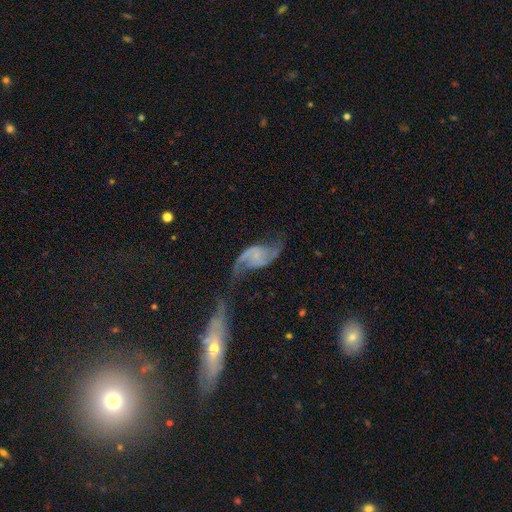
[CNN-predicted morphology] Q: Smooth or featured?
A: featured or disk (86%); runner-up: smooth (8%)
Q: Edge-on disk?
A: no (97%); runner-up: yes (3%)
Q: Bar?
A: no (51%); runner-up: weak (37%)
Q: Spiral arms?
A: yes (95%); runner-up: no (5%)
Q: Spiral winding?
A: loose (71%); runner-up: medium (23%)
Q: Spiral arm count?
A: 2 (92%); runner-up: can't tell (2%)
Q: Bulge size?
A: small (45%); runner-up: none (43%)
Q: Merging?
A: none (44%); runner-up: minor disturbance (20%)